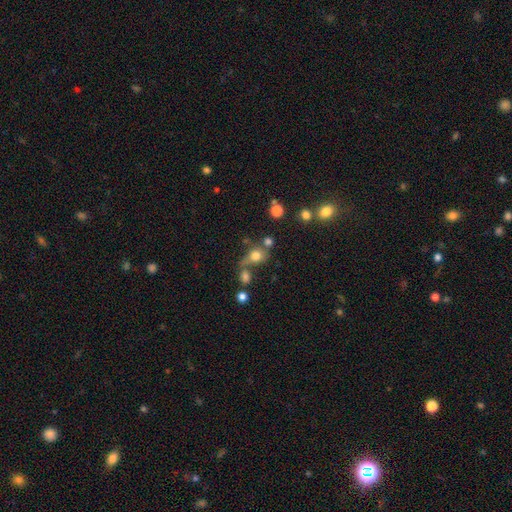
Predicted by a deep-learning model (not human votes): This is likely a smooth galaxy (73%). How rounded: likely round (64%). Merging: possibly none (48%).